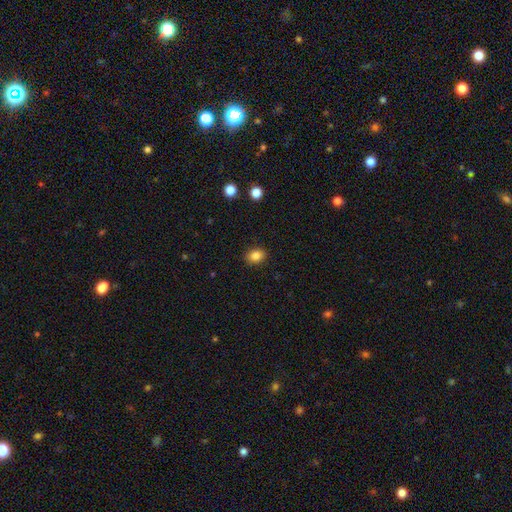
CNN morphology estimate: type=smooth (85%); roundness=in between (55%); merging=none (88%).